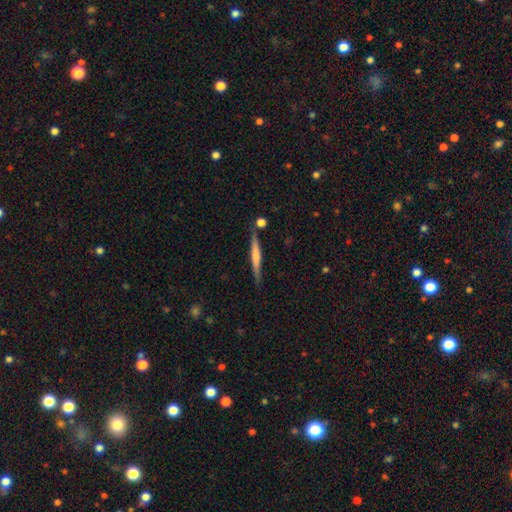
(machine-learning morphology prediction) A smooth galaxy with no disk features (52%) that is cigar-shaped (95%). Merging: none (78%).